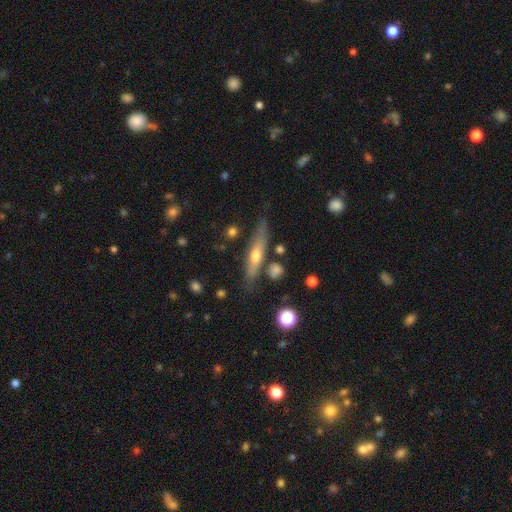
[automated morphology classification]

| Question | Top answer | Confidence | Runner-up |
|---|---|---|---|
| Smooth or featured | featured or disk | 56% | smooth (37%) |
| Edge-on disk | yes | 87% | no (13%) |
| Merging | none | 75% | minor disturbance (16%) |